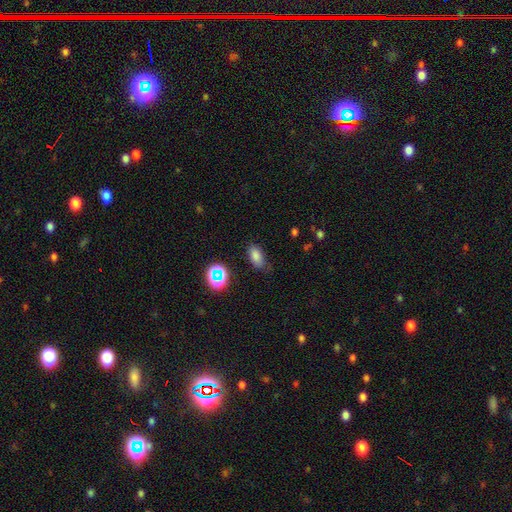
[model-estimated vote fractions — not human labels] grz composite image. It shows a smooth galaxy with no disk features (78%) that is in between round and cigar-shaped (87%). Merging: none (72%).